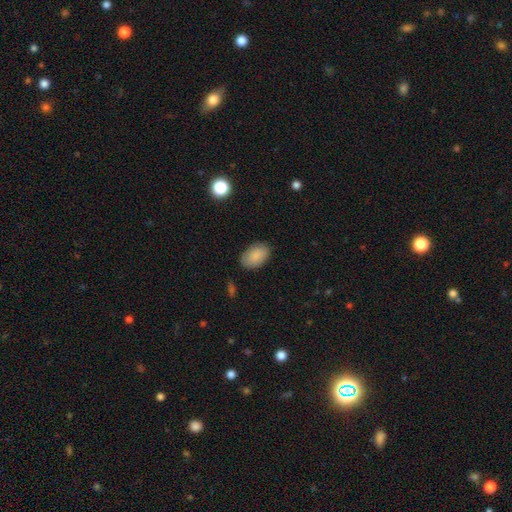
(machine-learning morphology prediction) smooth 87%, star or artifact 7%, featured or disk 6%. Down the decision tree: how rounded — in between (90%); merging — none (85%).